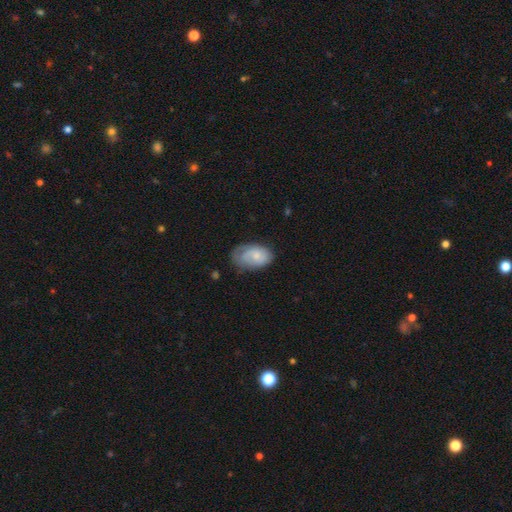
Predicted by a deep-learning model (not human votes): Q: Smooth or featured?
A: smooth (61%); runner-up: featured or disk (32%)
Q: How rounded?
A: in between (89%); runner-up: round (10%)
Q: Merging?
A: none (50%); runner-up: minor disturbance (33%)